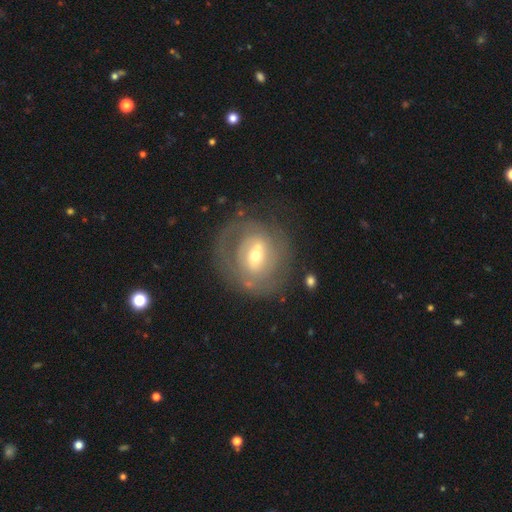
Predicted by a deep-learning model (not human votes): smooth-or-featured: featured or disk: 72% | smooth: 22% | star or artifact: 7%
  disk-edge-on: no: 96% | yes: 4%
    bar: weak: 42% | no: 36% | strong: 22%
    has-spiral-arms: yes: 66% | no: 34%
    bulge-size: moderate: 50% | small: 44% | large: 4% | dominant: 1% | none: 1%
  merging: none: 64% | minor disturbance: 17% | major disturbance: 13% | merger: 7%